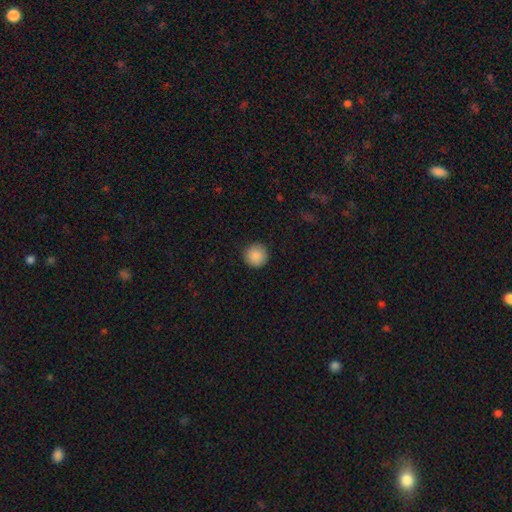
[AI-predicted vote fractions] A smooth galaxy with no disk features (88%) that is round (96%).

Vote fractions:
- Smooth or featured? smooth: 88% / star or artifact: 8% / featured or disk: 3%
- How rounded? round: 96% / in between: 3% / cigar-shaped: 1%
- Merging? none: 92% / minor disturbance: 5% / major disturbance: 2% / merger: 1%